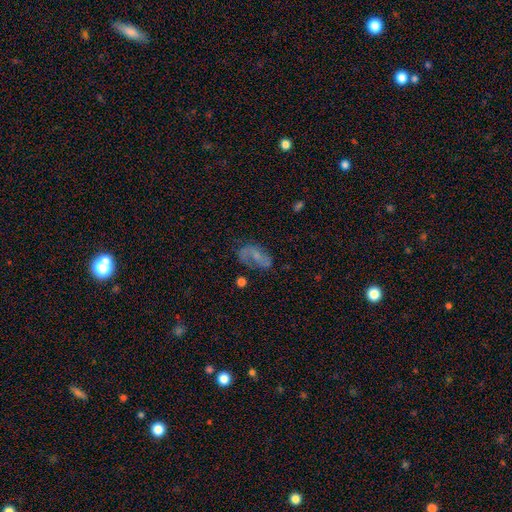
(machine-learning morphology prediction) A featured or disk galaxy (62%) with no bar (53%), spiral arms (80%) and a small central bulge (43%).

Vote fractions:
- Smooth or featured? featured or disk: 62% / smooth: 26% / star or artifact: 12%
- Edge-on disk? no: 97% / yes: 3%
- Bar? no: 53% / weak: 37% / strong: 10%
- Spiral arms? yes: 80% / no: 20%
- Bulge size? small: 43% / none: 37% / moderate: 17% / large: 2% / dominant: 1%
- Merging? none: 49% / minor disturbance: 23% / major disturbance: 23% / merger: 5%